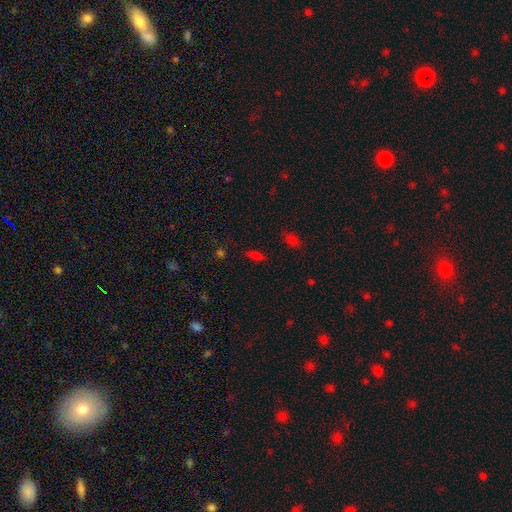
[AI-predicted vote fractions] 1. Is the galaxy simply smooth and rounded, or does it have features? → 67% smooth, 22% star or artifact, 12% featured or disk.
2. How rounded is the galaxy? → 66% in between, 29% cigar-shaped, 5% round.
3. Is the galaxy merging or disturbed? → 83% none, 11% minor disturbance, 3% major disturbance, 3% merger.